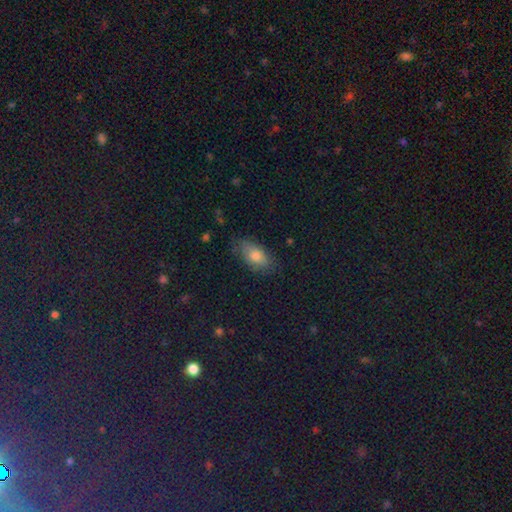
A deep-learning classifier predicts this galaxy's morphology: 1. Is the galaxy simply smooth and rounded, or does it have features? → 77% smooth, 14% featured or disk, 9% star or artifact.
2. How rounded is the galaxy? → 88% in between, 7% cigar-shaped, 6% round.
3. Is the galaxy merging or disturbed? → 74% none, 20% minor disturbance, 5% major disturbance, 1% merger.